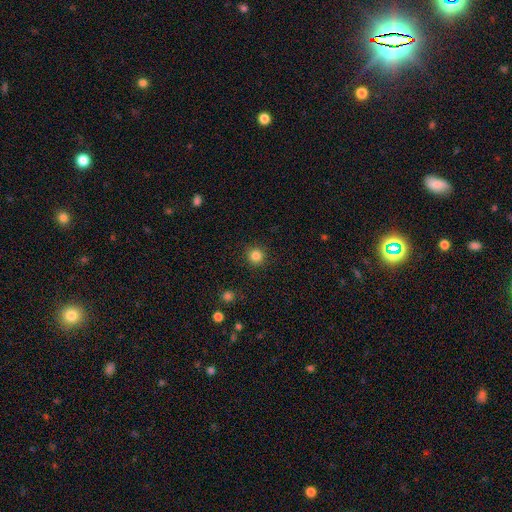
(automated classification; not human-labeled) Morphology: type=smooth (84%); roundness=round (95%); merging=none (92%).